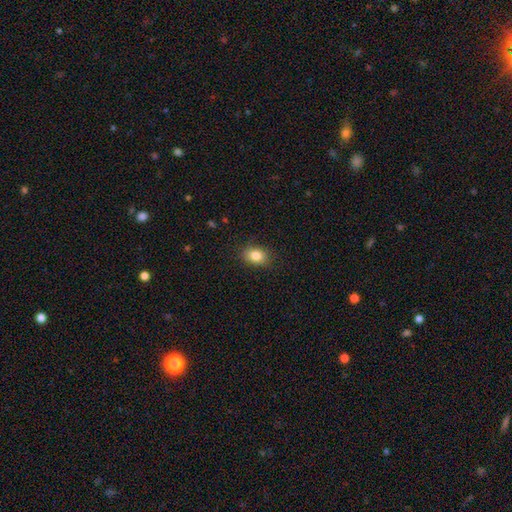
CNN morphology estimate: The model was most divided on "how rounded": in between: 68%, round: 31%, cigar-shaped: 1%. More confident: merging — none (86%); smooth or featured — smooth (84%).